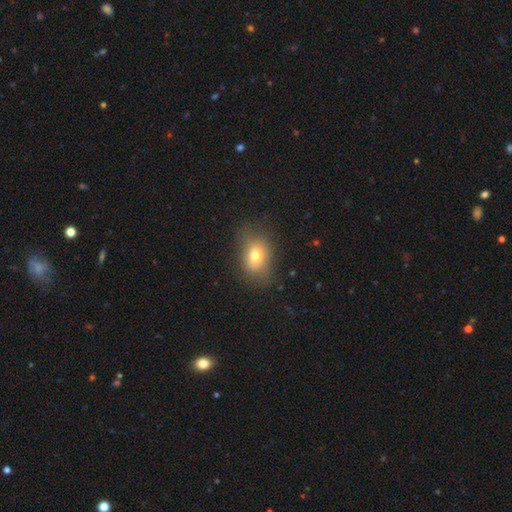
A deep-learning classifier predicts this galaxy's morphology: type=smooth (70%); roundness=in between (67%); merging=none (70%).